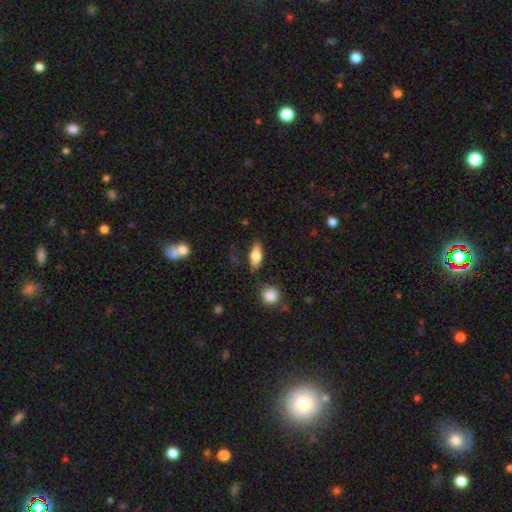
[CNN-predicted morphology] Smooth or featured? smooth (70%)
How rounded? in between (76%)
Merging? none (78%)